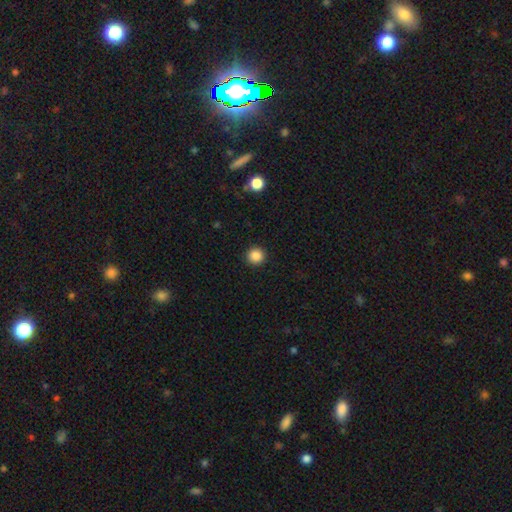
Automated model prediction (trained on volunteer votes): Smooth or featured?
  - smooth: 87% *
  - star or artifact: 10%
  - featured or disk: 3%
How rounded?
  - round: 95% *
  - in between: 4%
  - cigar-shaped: 1%
Merging?
  - none: 92% *
  - minor disturbance: 5%
  - major disturbance: 2%
  - merger: 1%